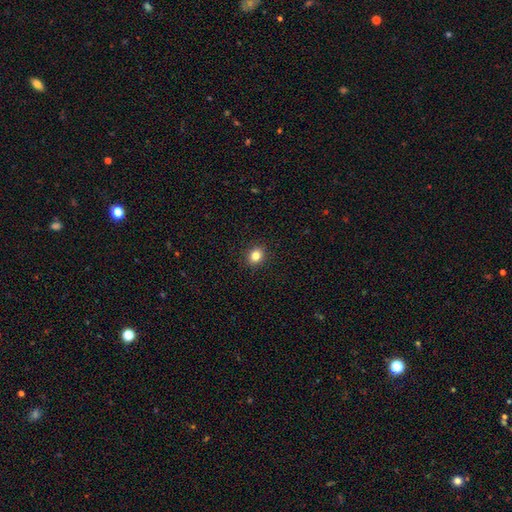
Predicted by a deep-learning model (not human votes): This appears to be a smooth galaxy with no disk features (83%) that is round (63%). Merging: none (91%).